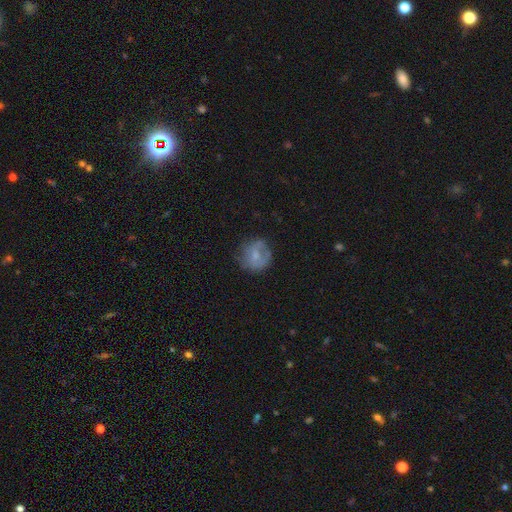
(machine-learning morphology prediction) type=smooth (59%); roundness=round (84%); merging=none (62%).